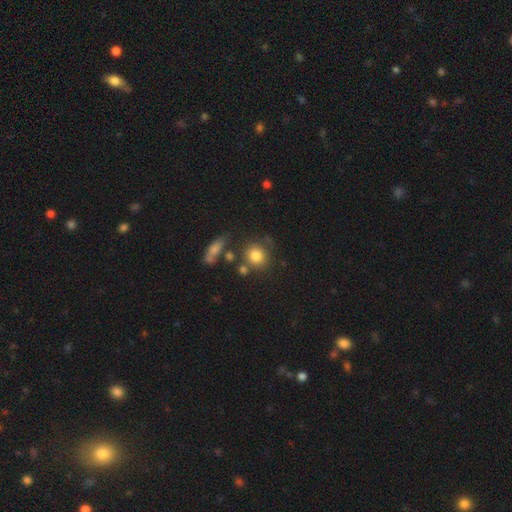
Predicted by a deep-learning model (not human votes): Smooth or featured: smooth — 81% (star or artifact — 10%)
How rounded: round — 79% (in between — 19%)
Merging: none — 67% (minor disturbance — 14%)